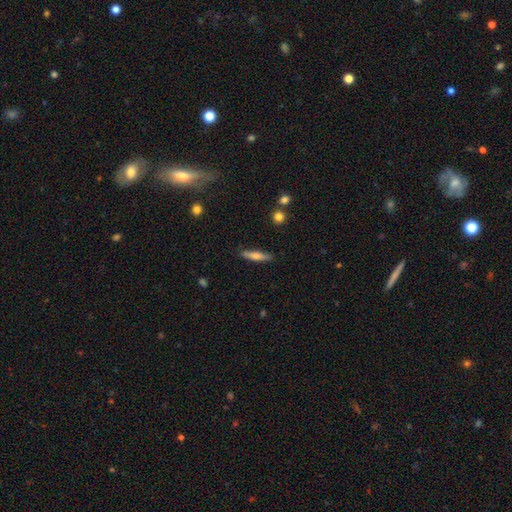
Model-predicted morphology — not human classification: This is possibly a smooth galaxy (56%). How rounded: clearly cigar-shaped (85%). Merging: clearly none (87%).